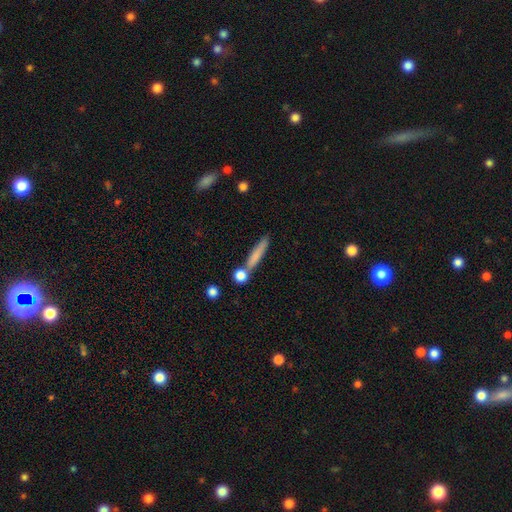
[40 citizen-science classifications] Smooth or featured? 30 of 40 (75%) said smooth. How rounded? 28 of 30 (93%) said cigar-shaped. Merging? 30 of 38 (79%) said none.